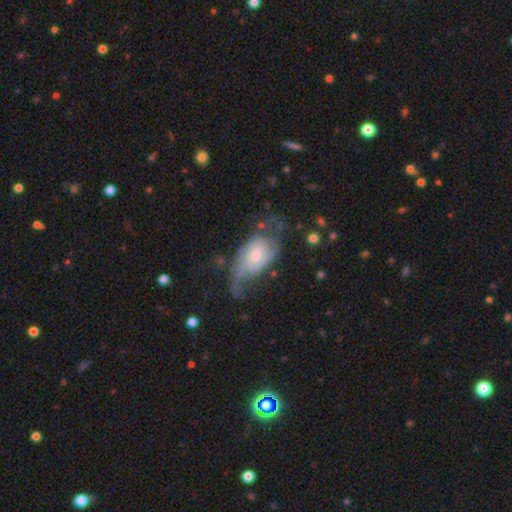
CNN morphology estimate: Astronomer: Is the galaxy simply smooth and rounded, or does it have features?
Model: featured or disk — 74%.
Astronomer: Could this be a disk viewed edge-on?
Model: no — 95%.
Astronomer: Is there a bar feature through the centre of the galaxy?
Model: no — 61%.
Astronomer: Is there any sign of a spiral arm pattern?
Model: yes — 90%.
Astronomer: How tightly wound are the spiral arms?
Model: medium — 40%, tied with loose at 40%.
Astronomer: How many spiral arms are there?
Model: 2 — 66%.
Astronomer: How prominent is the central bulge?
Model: moderate — 44% (runner-up: small, 39%).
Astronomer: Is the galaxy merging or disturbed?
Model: none — 41% (runner-up: major disturbance, 32%).